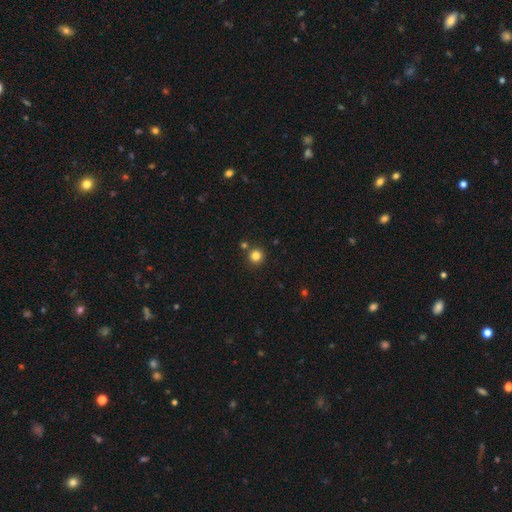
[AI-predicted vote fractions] smooth 82%, star or artifact 13%, featured or disk 5%. Down the decision tree: how rounded — round (94%); merging — none (82%).